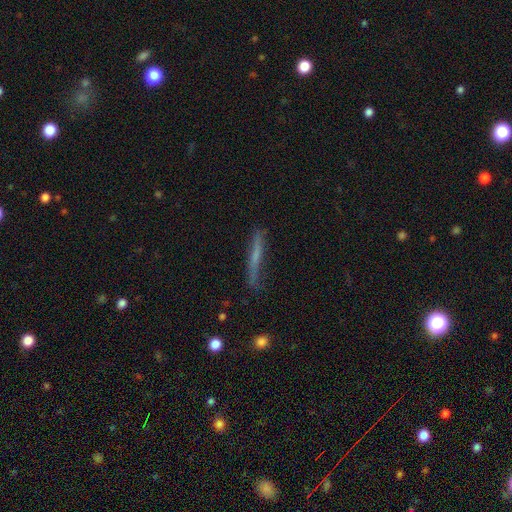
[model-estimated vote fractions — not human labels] A smooth galaxy with no disk features (47%). Merging: none (70%).